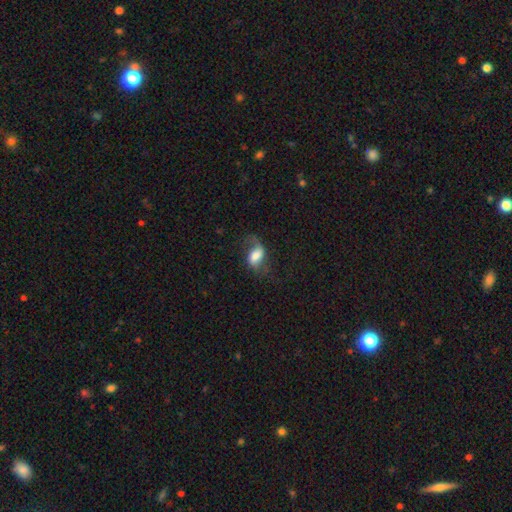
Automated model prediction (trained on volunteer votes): smooth-or-featured: smooth: 51% | featured or disk: 40% | star or artifact: 9%
  how-rounded: in between: 84% | round: 12% | cigar-shaped: 3%
  merging: none: 45% | major disturbance: 28% | minor disturbance: 25% | merger: 2%